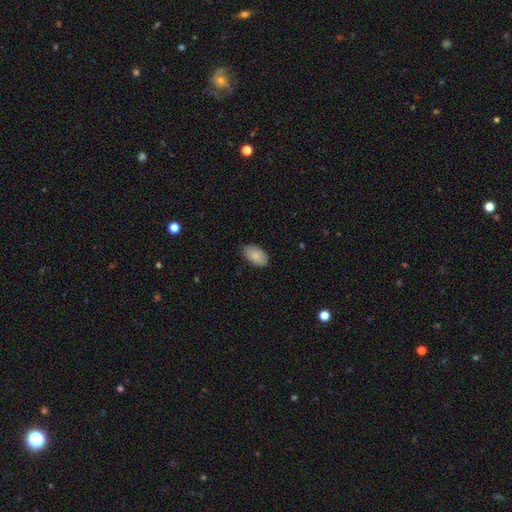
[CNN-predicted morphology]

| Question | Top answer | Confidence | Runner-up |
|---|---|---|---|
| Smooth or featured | smooth | 87% | featured or disk (7%) |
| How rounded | in between | 95% | round (4%) |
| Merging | none | 85% | minor disturbance (12%) |